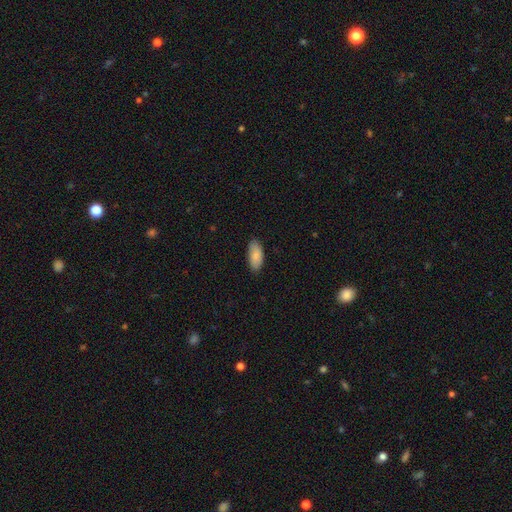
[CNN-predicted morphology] The model was most divided on "merging": none: 85%, minor disturbance: 12%, major disturbance: 2%, merger: 1%. More confident: how rounded — in between (90%); smooth or featured — smooth (86%).